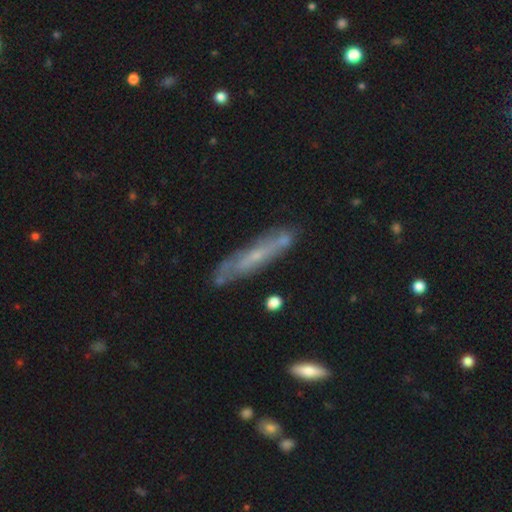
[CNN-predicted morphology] A featured or disk galaxy (62%) viewed edge-on (57%). Merging: none (72%).